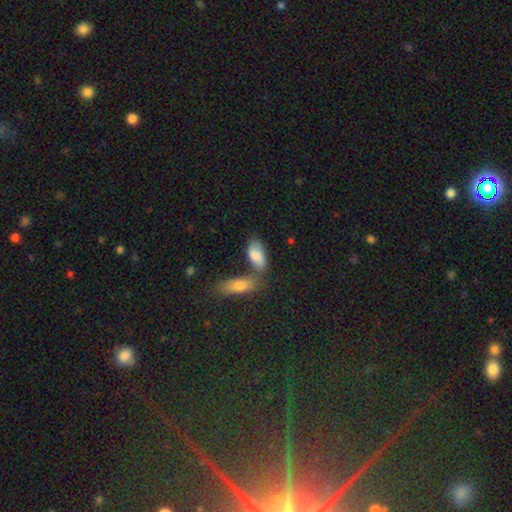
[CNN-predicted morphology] Smooth or featured? smooth (78%)
How rounded? in between (89%)
Merging? none (41%)